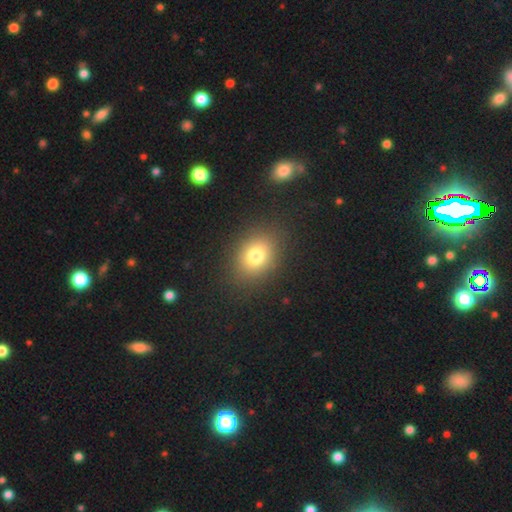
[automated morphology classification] This is likely a smooth galaxy (77%). How rounded: possibly in between (54%). Merging: clearly none (86%).